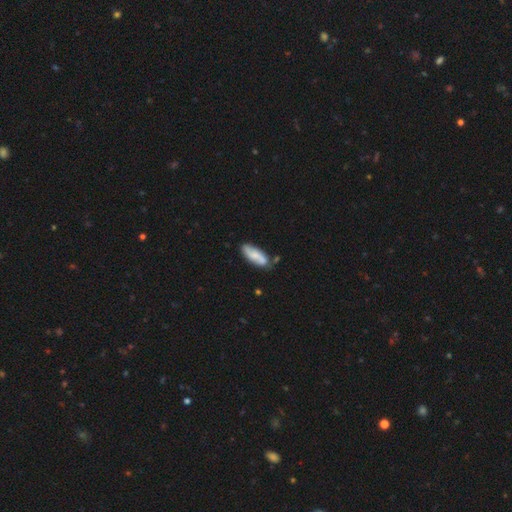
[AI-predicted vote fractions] smooth 62%, featured or disk 31%, star or artifact 6%. Down the decision tree: how rounded — in between (69%); merging — none (69%).